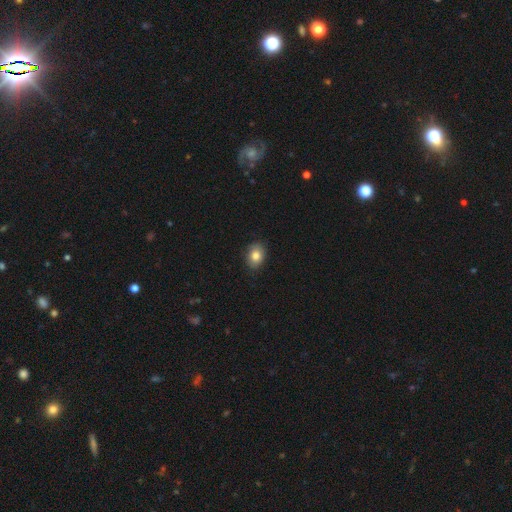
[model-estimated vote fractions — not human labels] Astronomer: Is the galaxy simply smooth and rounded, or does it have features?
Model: smooth — 82%.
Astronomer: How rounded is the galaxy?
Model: in between — 68%.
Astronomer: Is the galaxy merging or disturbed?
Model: none — 84%.